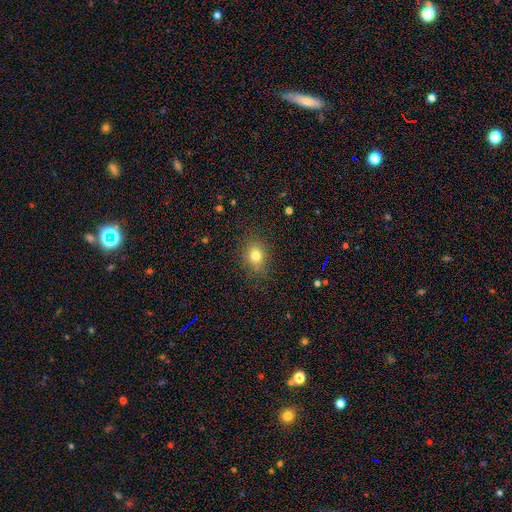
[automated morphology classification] smooth 78%, star or artifact 14%, featured or disk 9%. Down the decision tree: how rounded — round (58%); merging — none (84%).